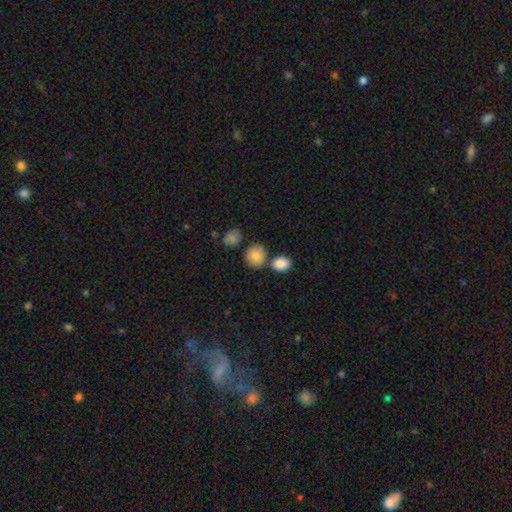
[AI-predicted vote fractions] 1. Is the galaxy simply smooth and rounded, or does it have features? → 85% smooth, 9% star or artifact, 6% featured or disk.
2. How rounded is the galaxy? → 66% round, 33% in between, 1% cigar-shaped.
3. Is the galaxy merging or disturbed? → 64% none, 20% merger, 12% minor disturbance, 4% major disturbance.